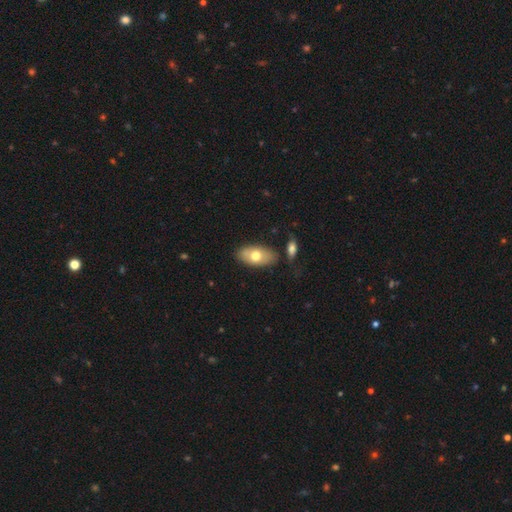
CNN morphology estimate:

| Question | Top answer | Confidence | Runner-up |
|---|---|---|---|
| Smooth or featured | smooth | 68% | featured or disk (26%) |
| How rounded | in between | 92% | round (5%) |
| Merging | none | 78% | minor disturbance (13%) |